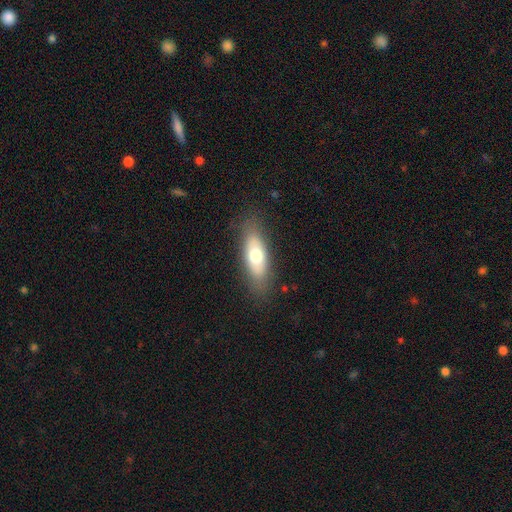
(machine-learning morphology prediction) A smooth galaxy with no disk features (67%) that is in between round and cigar-shaped (70%). Merging: none (82%).